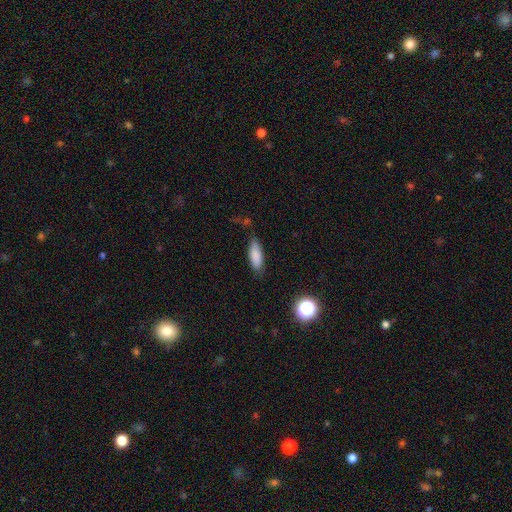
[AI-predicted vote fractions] Smooth or featured?
  - smooth: 85% *
  - star or artifact: 7%
  - featured or disk: 7%
How rounded?
  - in between: 70% *
  - cigar-shaped: 28%
  - round: 2%
Merging?
  - none: 73% *
  - minor disturbance: 20%
  - major disturbance: 5%
  - merger: 3%